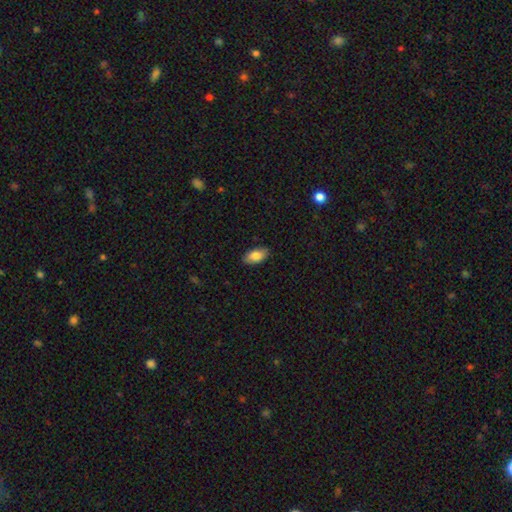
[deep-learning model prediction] This is clearly a smooth galaxy (83%). How rounded: clearly in between (93%). Merging: clearly none (89%).